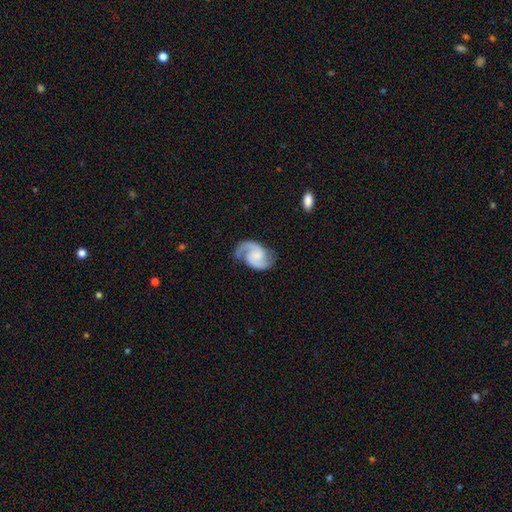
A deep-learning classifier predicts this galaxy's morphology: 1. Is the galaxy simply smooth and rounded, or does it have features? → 90% featured or disk, 6% smooth, 4% star or artifact.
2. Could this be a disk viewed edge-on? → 98% no, 2% yes.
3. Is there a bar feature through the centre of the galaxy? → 54% no, 37% weak, 9% strong.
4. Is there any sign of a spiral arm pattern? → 98% yes, 2% no.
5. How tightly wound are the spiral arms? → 57% medium, 22% tight, 20% loose.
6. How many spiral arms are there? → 93% 2, 3% 1, 2% can't tell, 1% 3, 1% 4, 1% more than 4.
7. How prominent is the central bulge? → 40% none, 30% small, 22% moderate, 7% large, 2% dominant.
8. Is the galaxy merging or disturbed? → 76% none, 16% minor disturbance, 6% major disturbance, 2% merger.